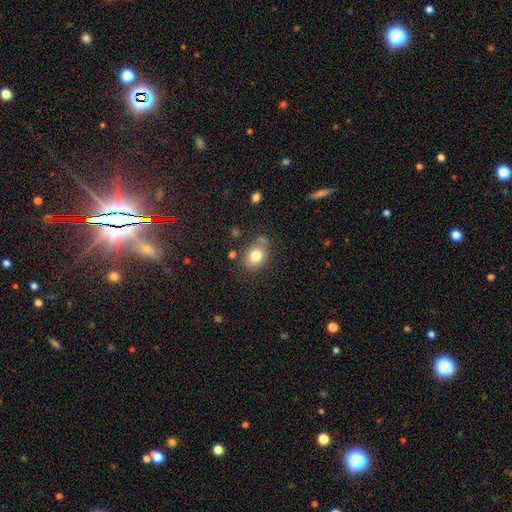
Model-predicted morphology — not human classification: smooth 80%, star or artifact 10%, featured or disk 9%. Down the decision tree: how rounded — round (63%); merging — none (72%).